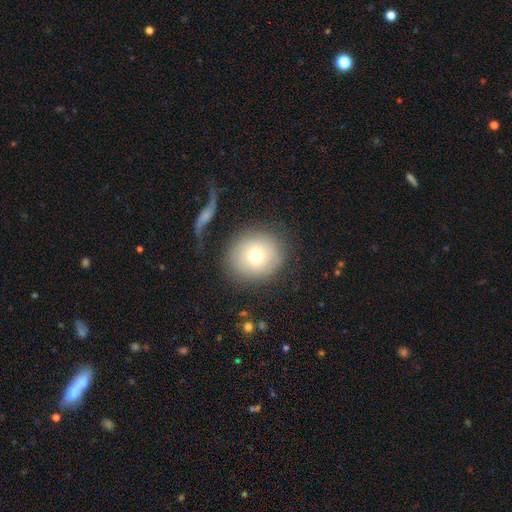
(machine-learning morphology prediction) Smooth or featured?
  - smooth: 64% *
  - featured or disk: 26%
  - star or artifact: 10%
How rounded?
  - round: 88% *
  - in between: 11%
  - cigar-shaped: 1%
Merging?
  - none: 78% *
  - minor disturbance: 12%
  - major disturbance: 6%
  - merger: 4%